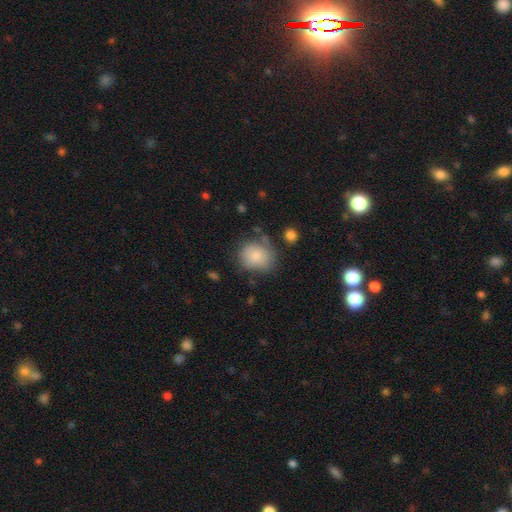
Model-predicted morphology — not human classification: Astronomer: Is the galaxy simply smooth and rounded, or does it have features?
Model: smooth — 80%.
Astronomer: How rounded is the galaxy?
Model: round — 72%.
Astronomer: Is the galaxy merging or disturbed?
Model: none — 61%.